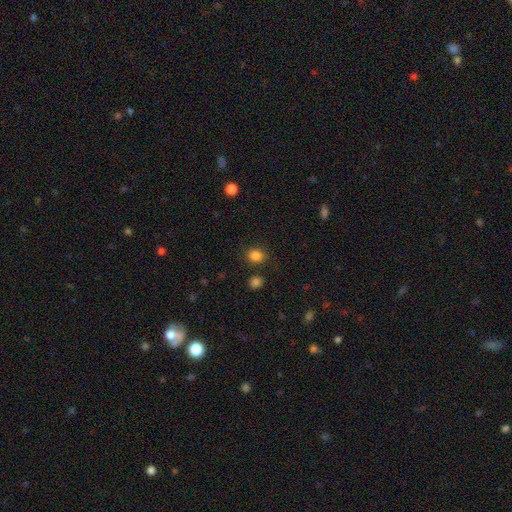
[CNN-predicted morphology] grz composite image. It shows a smooth galaxy with no disk features (84%) that is round (72%). Merging: none (84%).